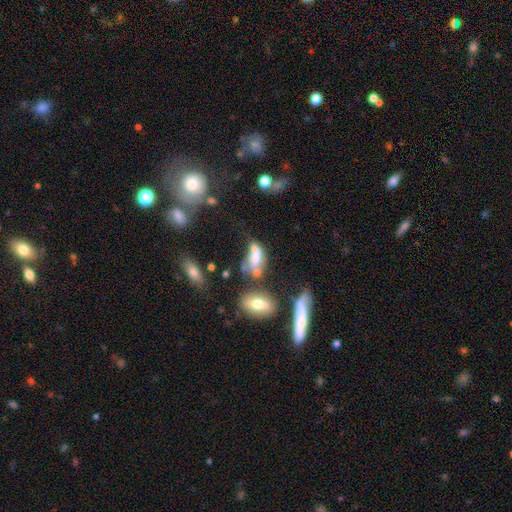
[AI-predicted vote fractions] smooth_or_featured: smooth (p=0.46) [alt: featured or disk p=0.41]
merging: merger (p=0.31) [alt: major disturbance p=0.27]